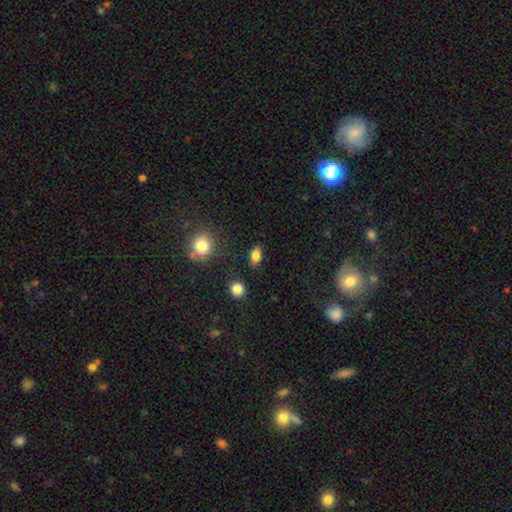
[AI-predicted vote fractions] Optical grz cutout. It shows a smooth galaxy with no disk features (84%) that is in between round and cigar-shaped (85%). Merging: none (84%).